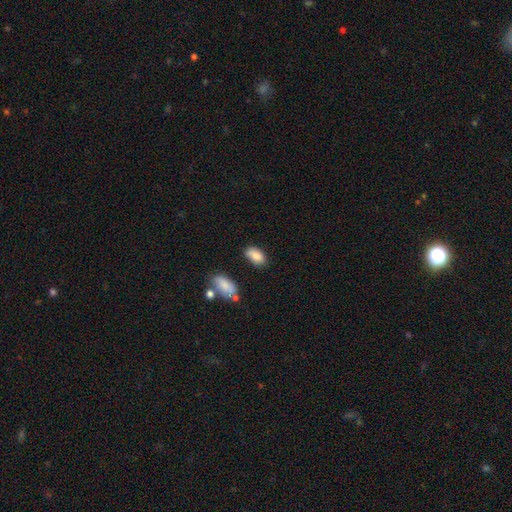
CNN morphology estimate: type=smooth (85%); roundness=in between (92%); merging=none (68%).